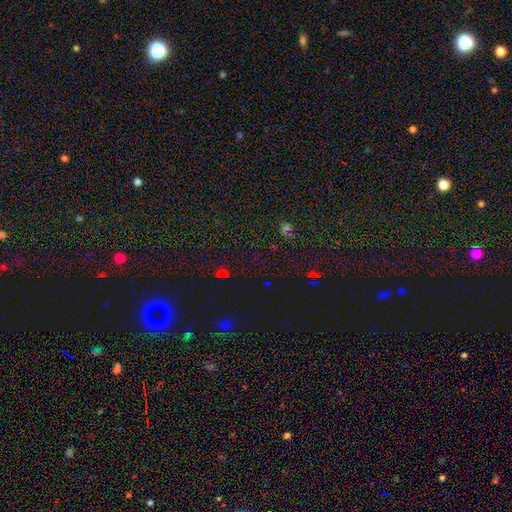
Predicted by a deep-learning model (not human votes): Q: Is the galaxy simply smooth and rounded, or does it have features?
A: star or artifact — 67%.